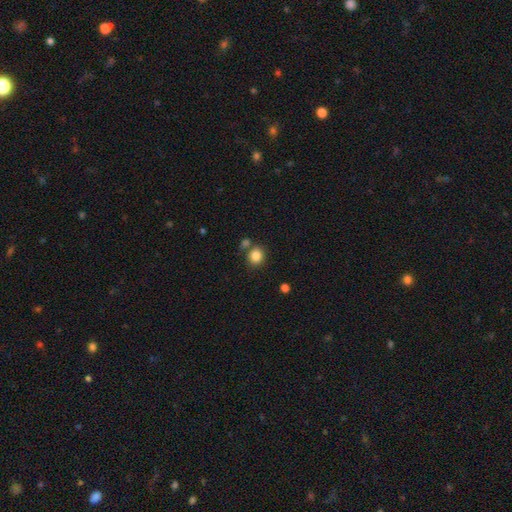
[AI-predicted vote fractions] Smooth or featured?
  - smooth: 85% *
  - star or artifact: 10%
  - featured or disk: 5%
How rounded?
  - round: 77% *
  - in between: 22%
  - cigar-shaped: 1%
Merging?
  - none: 70% *
  - merger: 15%
  - minor disturbance: 11%
  - major disturbance: 4%